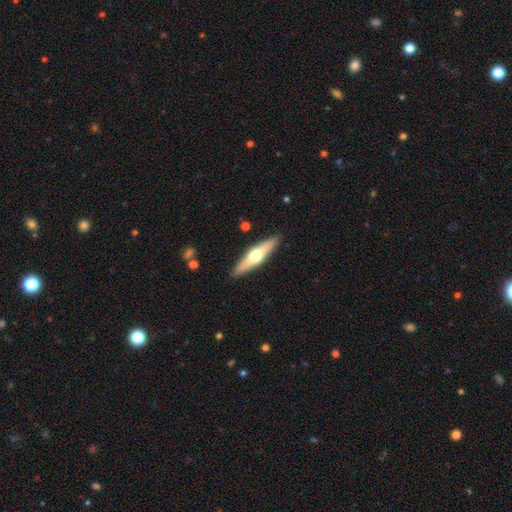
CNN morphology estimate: Smooth or featured? Predicted: featured or disk (p=0.54). Edge-on disk? Predicted: yes (p=0.93). Edge-on bulge? Predicted: rounded (p=0.94). Merging? Predicted: none (p=0.90).